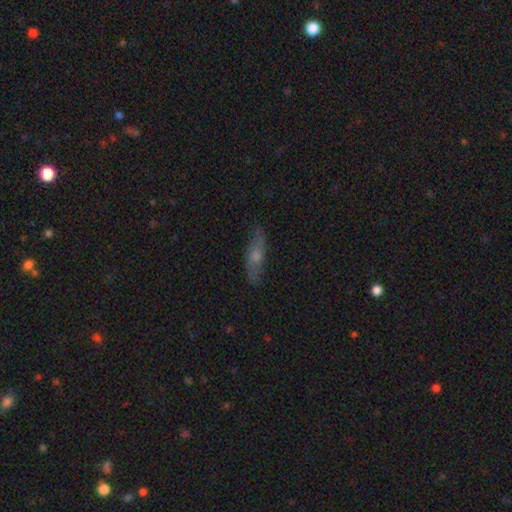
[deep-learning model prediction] Morphology: type=featured or disk (50%); edge-on=yes (65%); merging=none (84%).